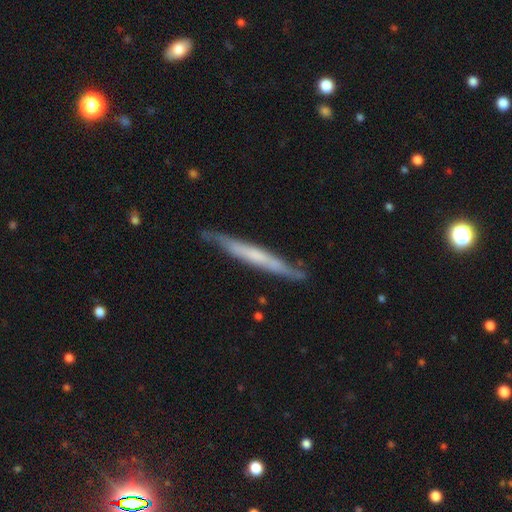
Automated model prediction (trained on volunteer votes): This is possibly a featured or disk galaxy (60%). It is clearly viewed edge-on (89%). Edge-on bulge: likely none (71%). Merging: likely none (78%).